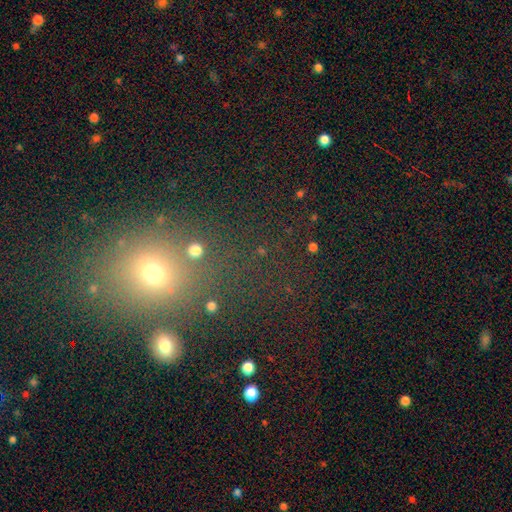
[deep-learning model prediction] smooth-or-featured: star or artifact: 46% | smooth: 43% | featured or disk: 11%